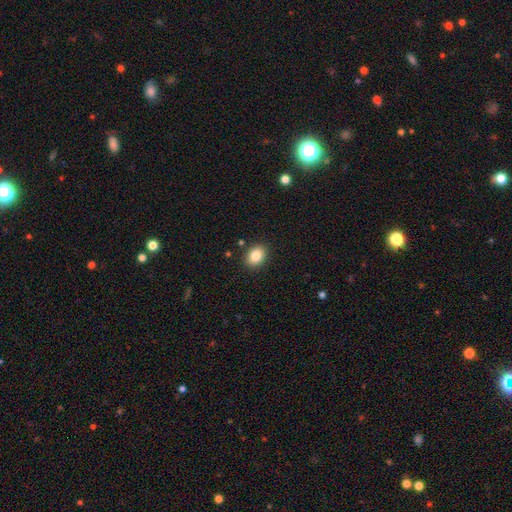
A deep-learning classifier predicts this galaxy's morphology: Smooth or featured?
  - smooth: 85% *
  - star or artifact: 9%
  - featured or disk: 7%
How rounded?
  - in between: 64% *
  - round: 35%
  - cigar-shaped: 1%
Merging?
  - none: 89% *
  - minor disturbance: 8%
  - major disturbance: 2%
  - merger: 2%